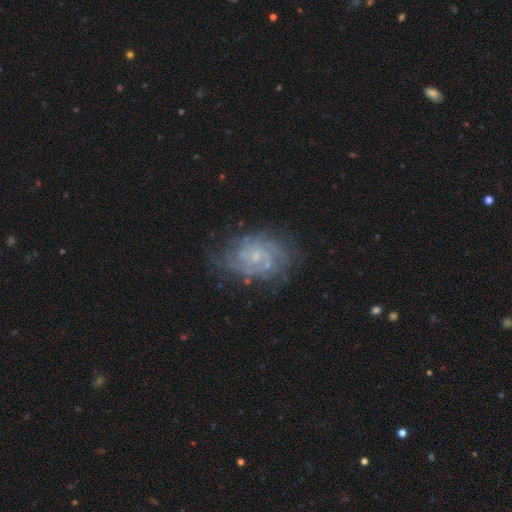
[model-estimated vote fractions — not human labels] This appears to be a featured or disk galaxy (76%) with no bar (74%), tight (59%) spiral arms (89%) and a small central bulge (75%). Merging: none (70%).